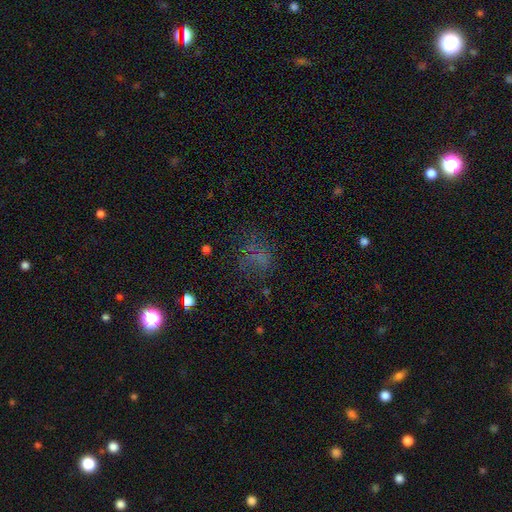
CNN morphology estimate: A star or artifact, not a galaxy (40%).

Vote fractions:
- Smooth or featured? star or artifact: 40% / smooth: 37% / featured or disk: 23%